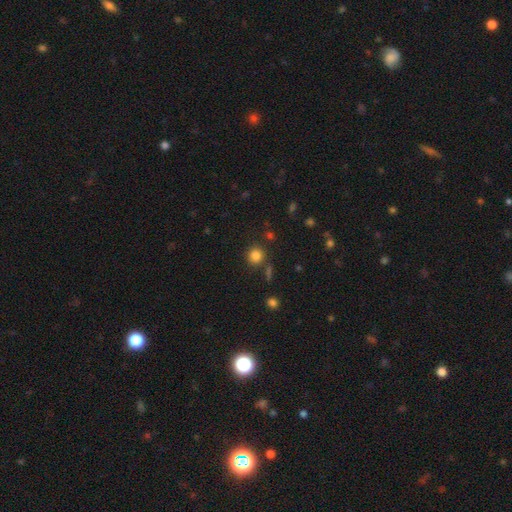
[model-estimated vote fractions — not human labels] Overall: smooth (83%). How rounded: round (91%). Merging: none (82%).